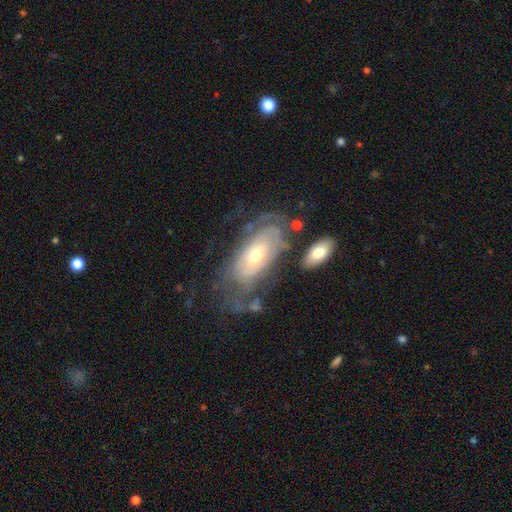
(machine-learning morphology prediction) A featured or disk galaxy (75%) with no bar (73%), tight (70%) spiral arms (78%) and a moderate central bulge (57%). Merging: none (53%).